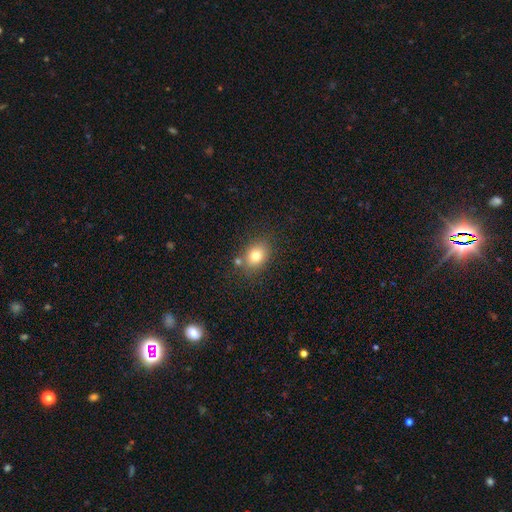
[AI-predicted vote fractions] Overall: smooth (79%). How rounded: in between (57%; round 42%). Merging: none (74%).